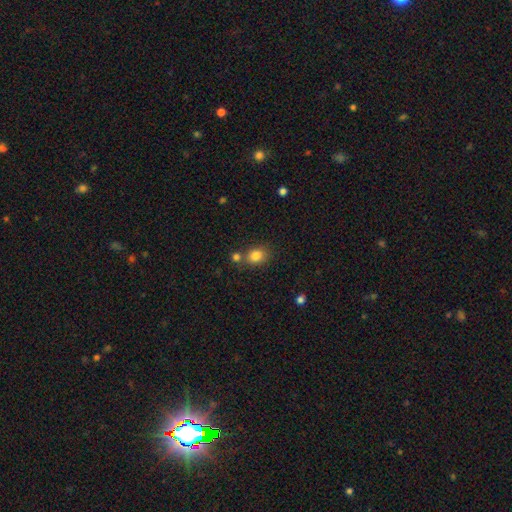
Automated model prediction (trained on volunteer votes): This appears to be a smooth galaxy with no disk features (82%) that is round (55%). Merging: none (63%).